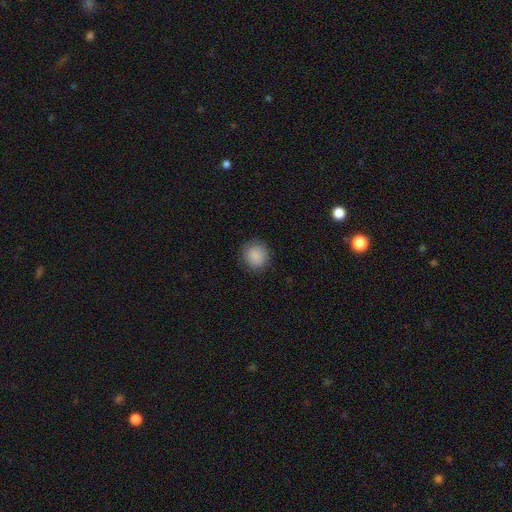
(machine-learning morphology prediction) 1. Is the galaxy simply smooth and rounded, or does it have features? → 88% smooth, 8% star or artifact, 4% featured or disk.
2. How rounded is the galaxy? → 88% round, 11% in between, 1% cigar-shaped.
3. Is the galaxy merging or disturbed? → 87% none, 9% minor disturbance, 3% major disturbance, 1% merger.